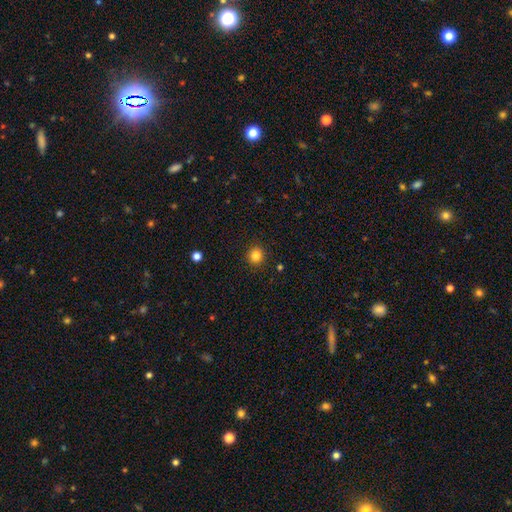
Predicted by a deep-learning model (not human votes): Smooth or featured: smooth — 84% (star or artifact — 12%)
How rounded: round — 89% (in between — 10%)
Merging: none — 91% (minor disturbance — 6%)